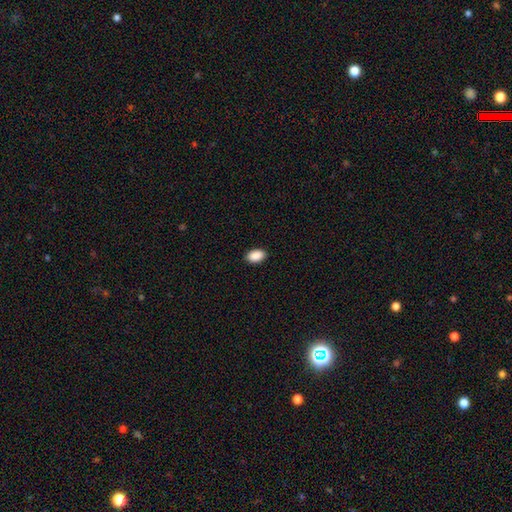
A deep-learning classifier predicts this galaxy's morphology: Overall: smooth (90%). How rounded: in between (92%). Merging: none (90%).